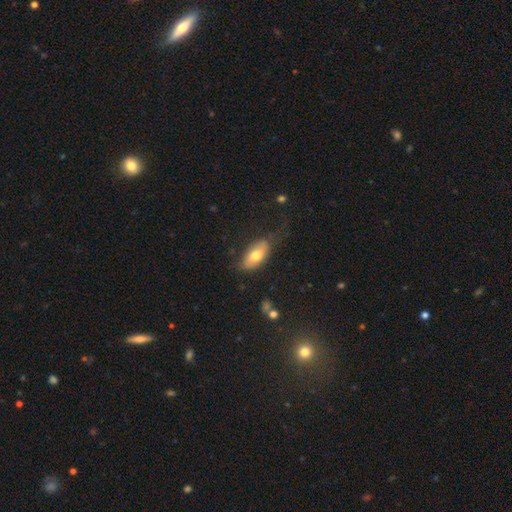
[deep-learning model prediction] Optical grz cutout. It shows a smooth galaxy with no disk features (69%) that is in between round and cigar-shaped (88%). Merging: none (63%).